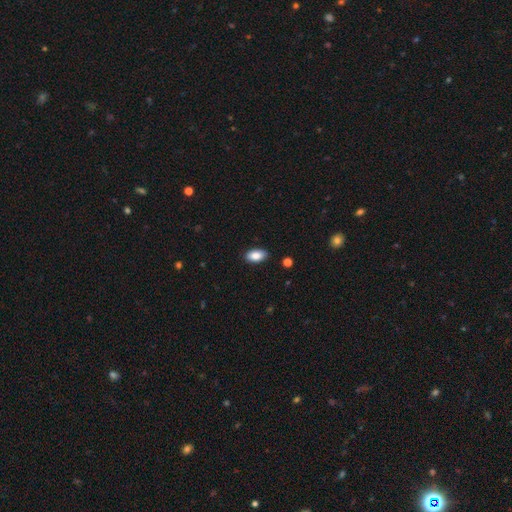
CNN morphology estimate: Smooth or featured? Predicted: smooth (p=0.86). How rounded? Predicted: in between (p=0.93). Merging? Predicted: none (p=0.88).